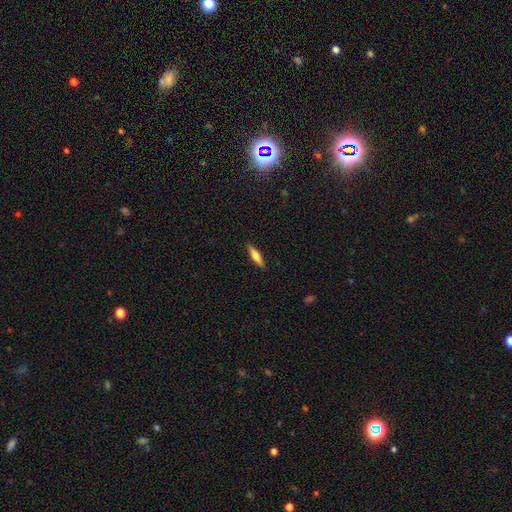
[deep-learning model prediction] smooth 58%, featured or disk 36%, star or artifact 6%. Down the decision tree: how rounded — cigar-shaped (72%); merging — none (89%).